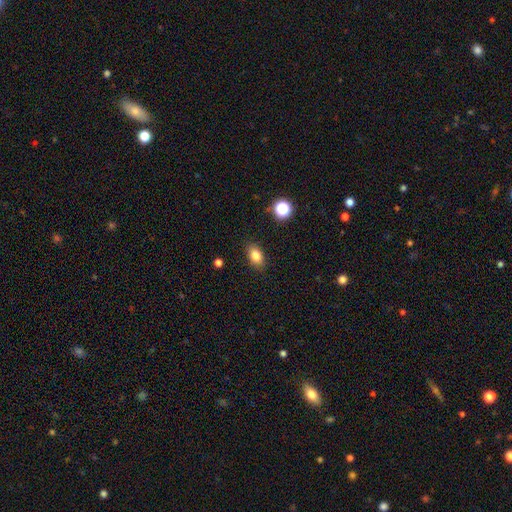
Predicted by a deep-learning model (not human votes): This is clearly a smooth galaxy (82%). How rounded: clearly in between (83%). Merging: clearly none (87%).